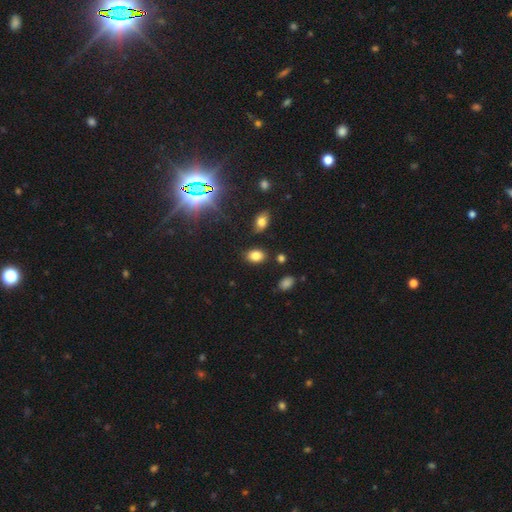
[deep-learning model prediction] Smooth or featured? Predicted: smooth (p=0.79). How rounded? Predicted: in between (p=0.76). Merging? Predicted: none (p=0.83).